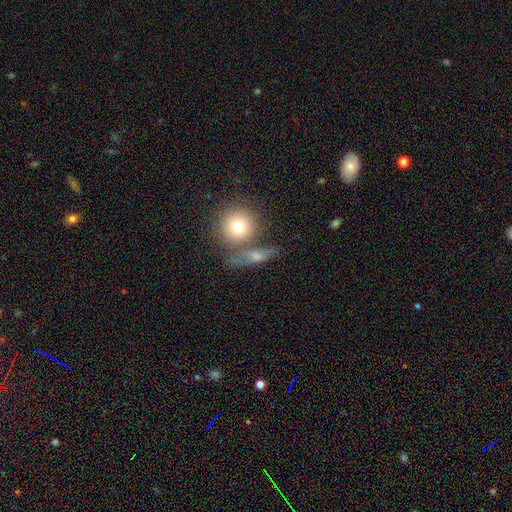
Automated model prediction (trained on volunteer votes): Q: Smooth or featured?
A: smooth (52%); runner-up: featured or disk (36%)
Q: How rounded?
A: in between (36%); runner-up: round (35%)
Q: Merging?
A: none (58%); runner-up: merger (21%)